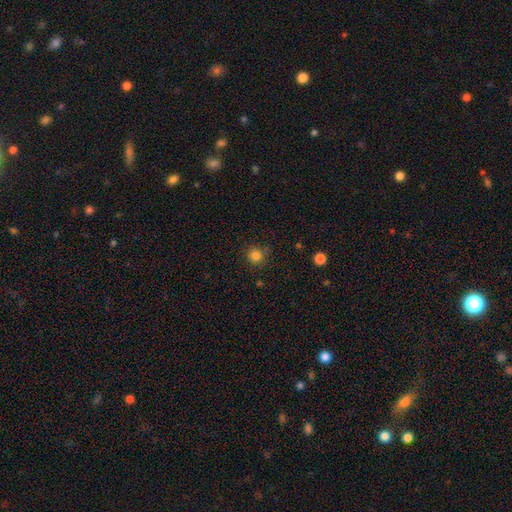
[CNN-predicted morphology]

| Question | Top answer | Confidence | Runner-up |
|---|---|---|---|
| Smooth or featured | smooth | 82% | star or artifact (14%) |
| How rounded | round | 93% | in between (6%) |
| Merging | none | 83% | minor disturbance (12%) |